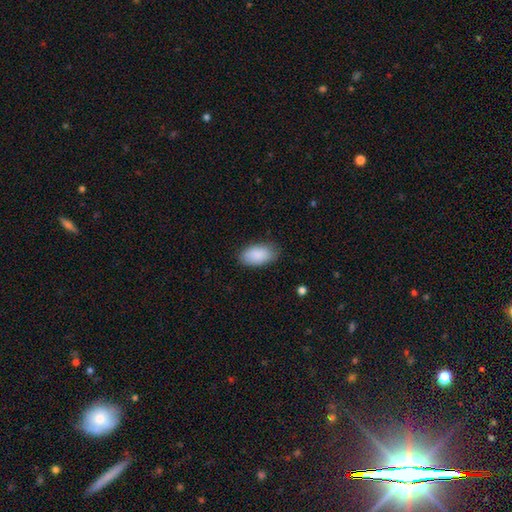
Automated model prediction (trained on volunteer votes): The model was most divided on "merging": none: 83%, minor disturbance: 13%, major disturbance: 3%, merger: 1%. More confident: how rounded — in between (95%); smooth or featured — smooth (90%).